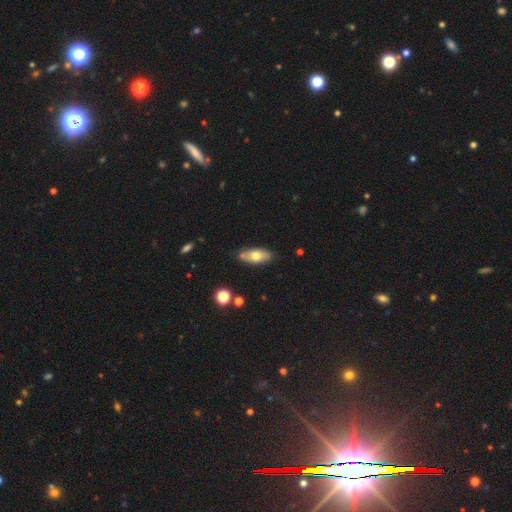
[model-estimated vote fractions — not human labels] smooth-or-featured: smooth: 66% | featured or disk: 27% | star or artifact: 7%
  how-rounded: in between: 85% | cigar-shaped: 12% | round: 3%
  merging: none: 77% | minor disturbance: 15% | merger: 6% | major disturbance: 3%